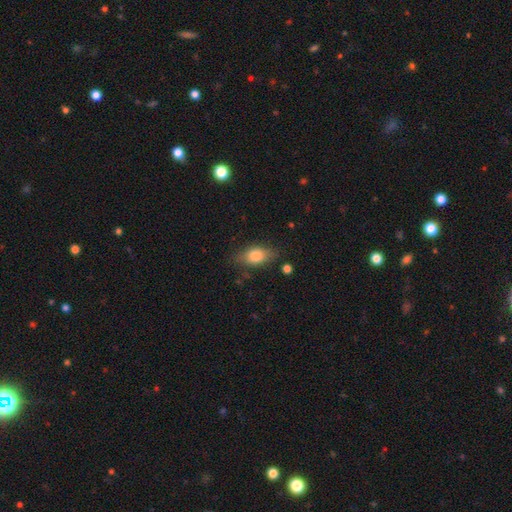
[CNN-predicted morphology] This is likely a smooth galaxy (79%). How rounded: clearly in between (83%). Merging: likely none (73%).